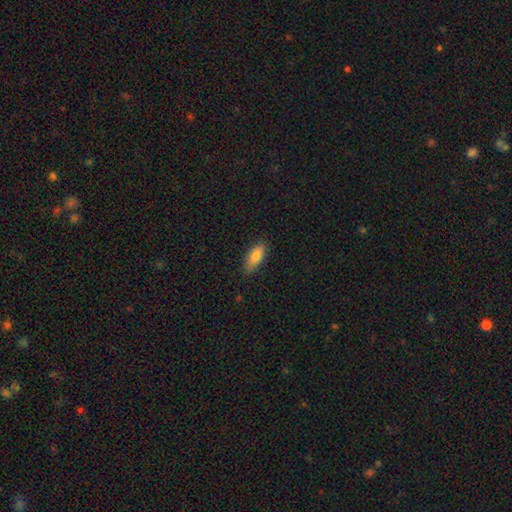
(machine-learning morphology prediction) Smooth or featured: smooth — 84% (featured or disk — 10%)
How rounded: in between — 74% (cigar-shaped — 24%)
Merging: none — 82% (minor disturbance — 15%)